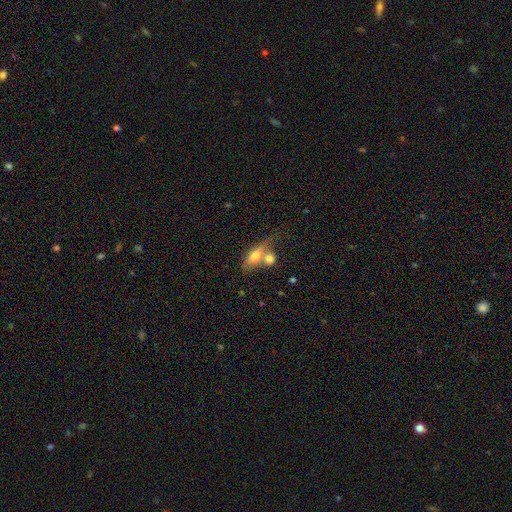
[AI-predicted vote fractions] Q: Smooth or featured?
A: smooth (61%); runner-up: featured or disk (31%)
Q: How rounded?
A: in between (67%); runner-up: cigar-shaped (24%)
Q: Merging?
A: merger (50%); runner-up: none (31%)